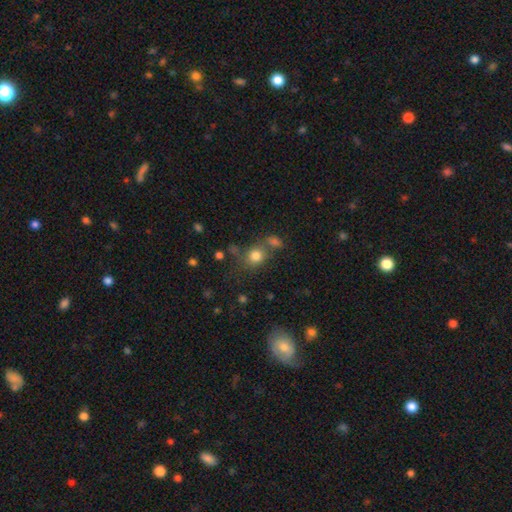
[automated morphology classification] A smooth galaxy with no disk features (78%) that is round (73%). Merging: none (59%).